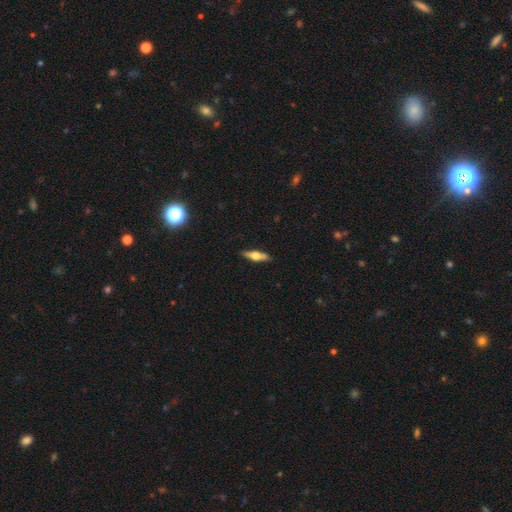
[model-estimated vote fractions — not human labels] Morphology: type=featured or disk (61%); edge-on=yes (94%); edge-on bulge=rounded (93%); merging=none (88%).